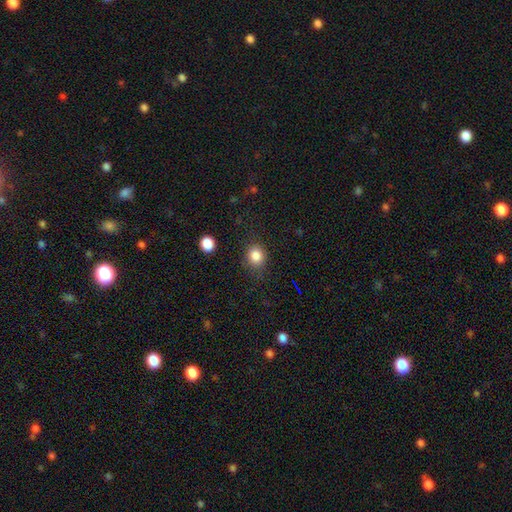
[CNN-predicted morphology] Smooth or featured? Predicted: smooth (p=0.84). How rounded? Predicted: round (p=0.73). Merging? Predicted: none (p=0.82).